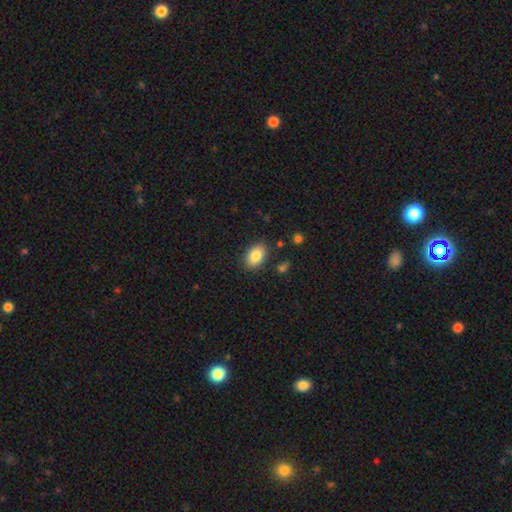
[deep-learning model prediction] Smooth or featured? Predicted: smooth (p=0.85). How rounded? Predicted: in between (p=0.90). Merging? Predicted: none (p=0.85).